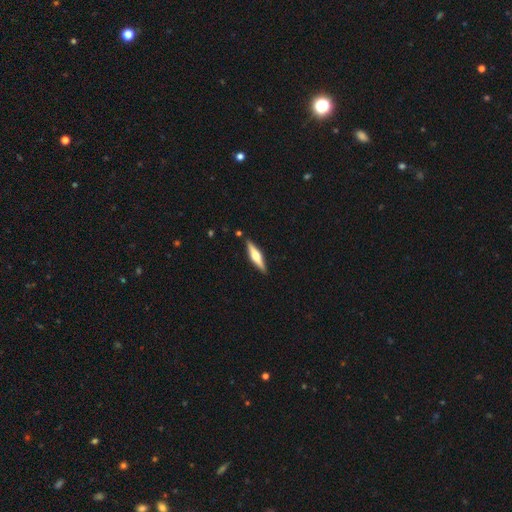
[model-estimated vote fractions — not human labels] Overall: featured or disk (63%; smooth 32%). Edge-on disk: yes (97%). Edge-on bulge: rounded (91%). Merging: none (89%).